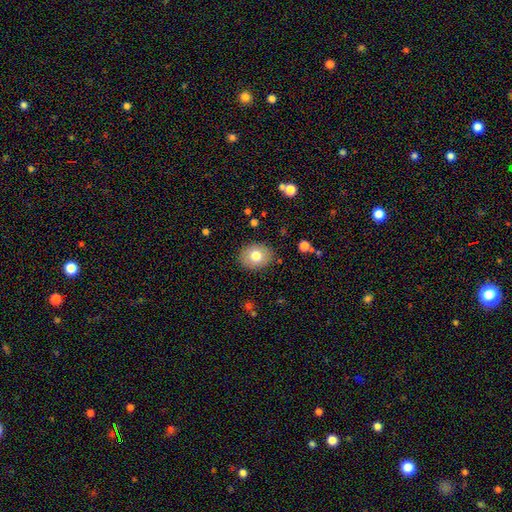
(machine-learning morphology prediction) type=smooth (75%); roundness=round (52%); merging=none (87%).